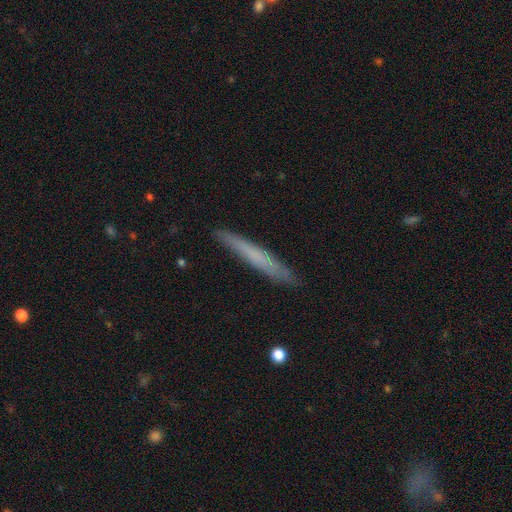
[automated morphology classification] Smooth or featured: smooth — 60% (featured or disk — 34%)
How rounded: cigar-shaped — 96% (in between — 3%)
Merging: none — 89% (minor disturbance — 8%)